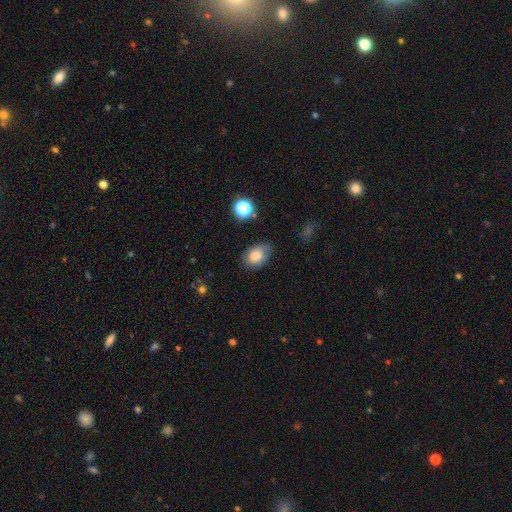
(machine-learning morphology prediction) Q: Smooth or featured?
A: smooth (81%); runner-up: featured or disk (10%)
Q: How rounded?
A: in between (79%); runner-up: round (20%)
Q: Merging?
A: none (63%); runner-up: minor disturbance (27%)